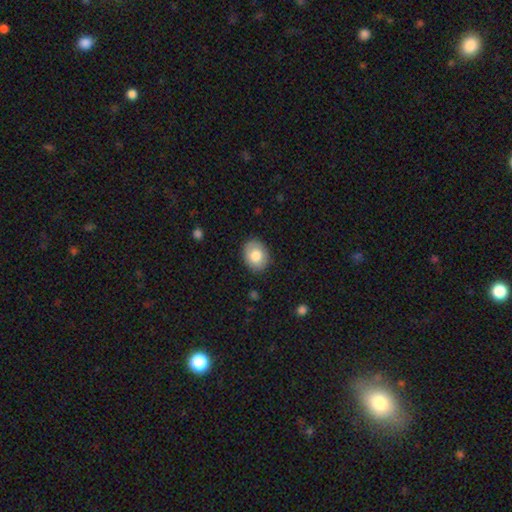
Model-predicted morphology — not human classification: smooth-or-featured: smooth: 81% | featured or disk: 12% | star or artifact: 7%
  how-rounded: in between: 58% | round: 41% | cigar-shaped: 1%
  merging: none: 86% | minor disturbance: 10% | major disturbance: 2% | merger: 1%